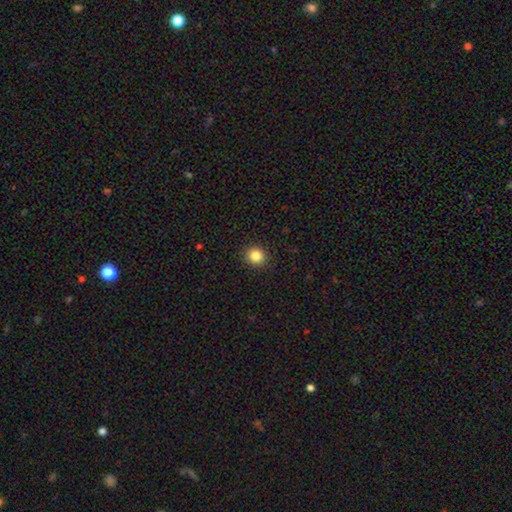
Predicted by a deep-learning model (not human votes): Overall: smooth (84%). How rounded: round (84%). Merging: none (92%).